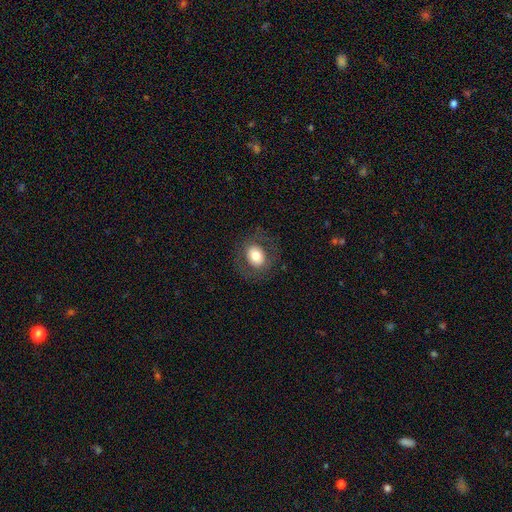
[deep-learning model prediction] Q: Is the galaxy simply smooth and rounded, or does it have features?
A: smooth — 70%.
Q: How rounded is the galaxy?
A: round — 53%.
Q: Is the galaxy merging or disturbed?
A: none — 80%.